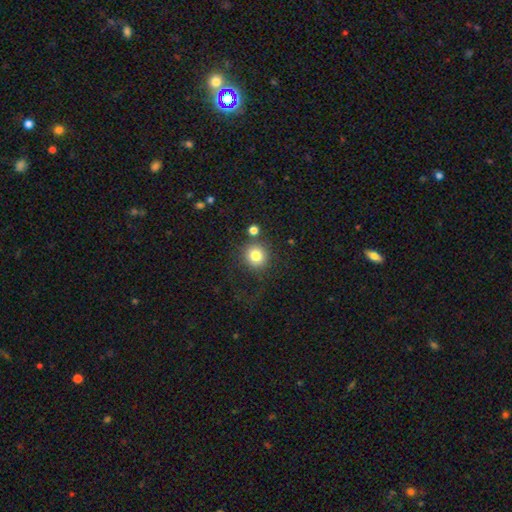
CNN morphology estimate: Smooth or featured: smooth — 81% (star or artifact — 11%)
How rounded: round — 91% (in between — 8%)
Merging: none — 76% (minor disturbance — 10%)